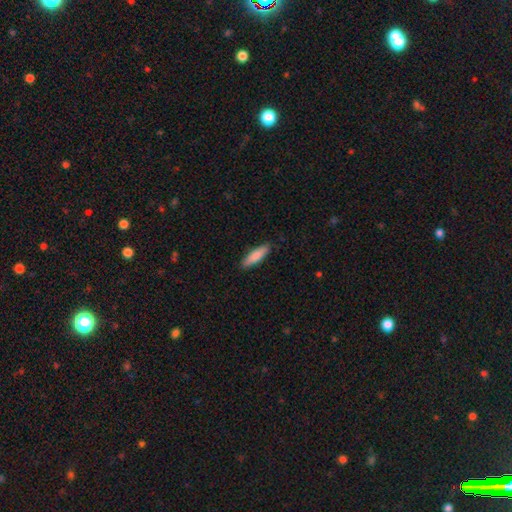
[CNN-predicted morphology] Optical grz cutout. It shows a smooth galaxy with no disk features (83%) that is cigar-shaped (71%). Merging: none (89%).